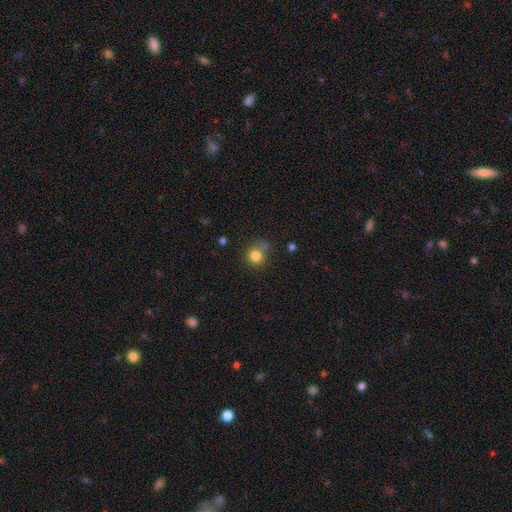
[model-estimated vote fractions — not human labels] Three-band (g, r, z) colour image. It shows a smooth galaxy with no disk features (81%) that is round (82%). Merging: none (55%).